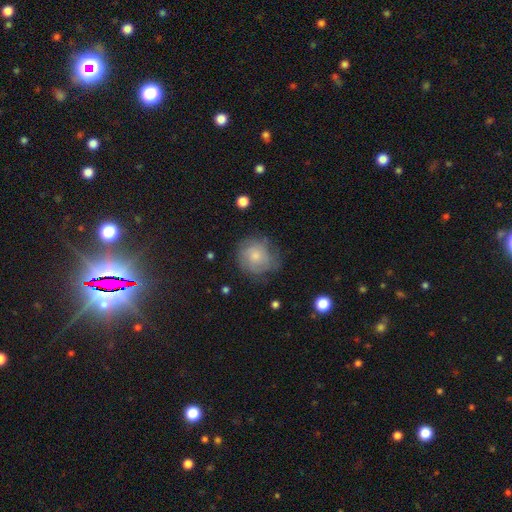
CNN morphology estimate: This is likely a smooth galaxy (60%). How rounded: clearly round (85%). Merging: likely none (62%).